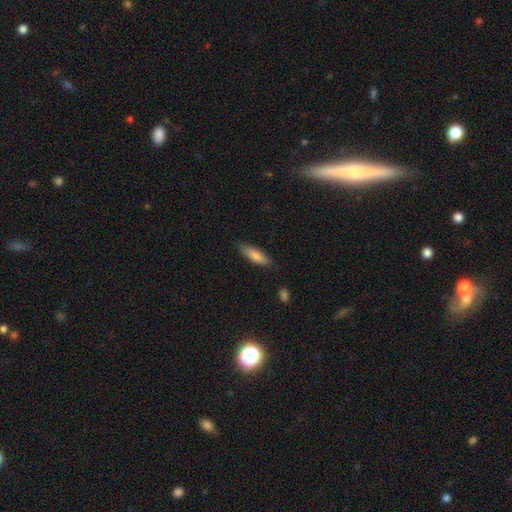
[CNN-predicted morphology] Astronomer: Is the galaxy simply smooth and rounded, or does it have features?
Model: smooth — 80%.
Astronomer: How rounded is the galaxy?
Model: cigar-shaped — 57% (runner-up: in between, 41%).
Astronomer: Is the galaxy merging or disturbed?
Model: none — 81%.